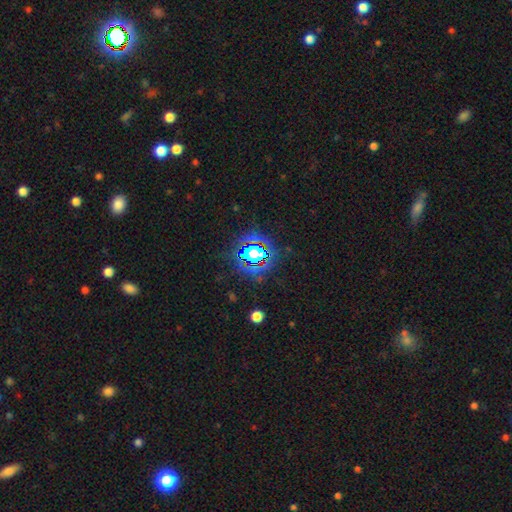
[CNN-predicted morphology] Smooth or featured: star or artifact — 67% (smooth — 21%)